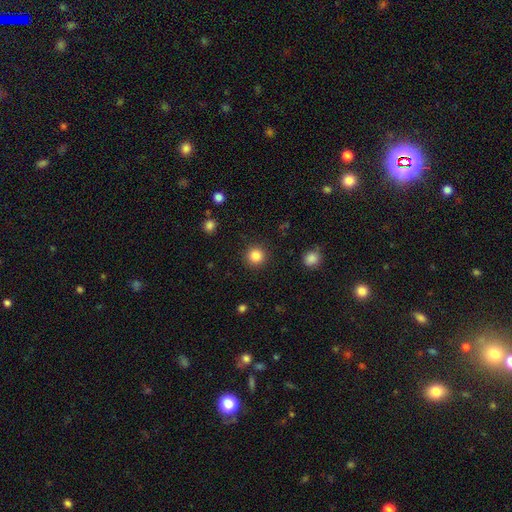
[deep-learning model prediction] smooth_or_featured: smooth (p=0.85) [alt: star or artifact p=0.11]
how_rounded: round (p=0.95) [alt: in between p=0.04]
merging: none (p=0.91) [alt: minor disturbance p=0.05]